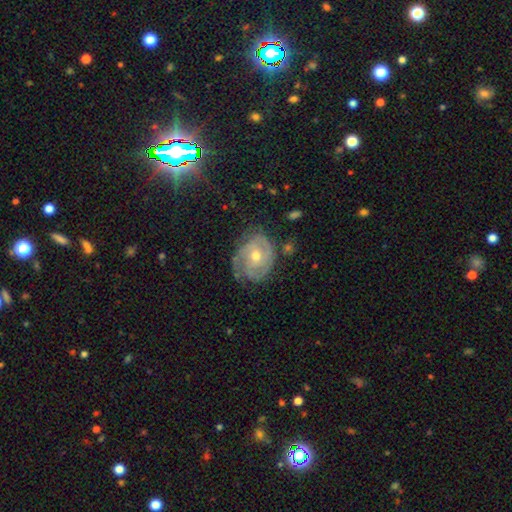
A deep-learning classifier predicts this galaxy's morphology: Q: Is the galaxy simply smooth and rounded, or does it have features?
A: featured or disk — 83%.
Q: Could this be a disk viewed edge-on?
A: no — 97%.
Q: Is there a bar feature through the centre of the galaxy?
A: no — 68%.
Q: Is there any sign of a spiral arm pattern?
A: yes — 93%.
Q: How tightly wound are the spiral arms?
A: tight — 65%.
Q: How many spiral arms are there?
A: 2 — 38%.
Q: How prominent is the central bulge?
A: moderate — 61%.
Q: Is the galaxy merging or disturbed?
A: none — 67%.